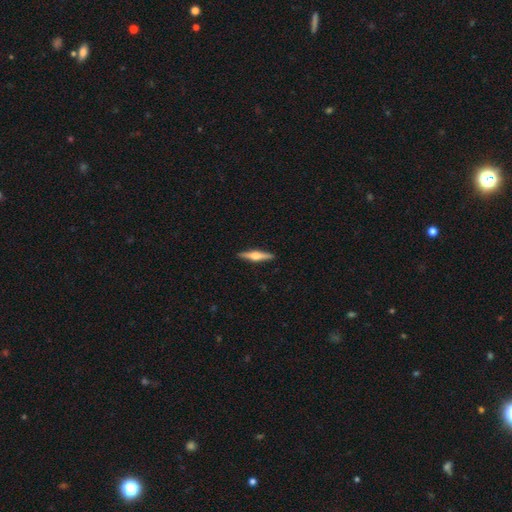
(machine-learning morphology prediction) The model was most divided on "smooth or featured": featured or disk: 67%, smooth: 28%, star or artifact: 5%. More confident: edge-on disk — yes (98%); edge-on bulge — rounded (93%); merging — none (92%).